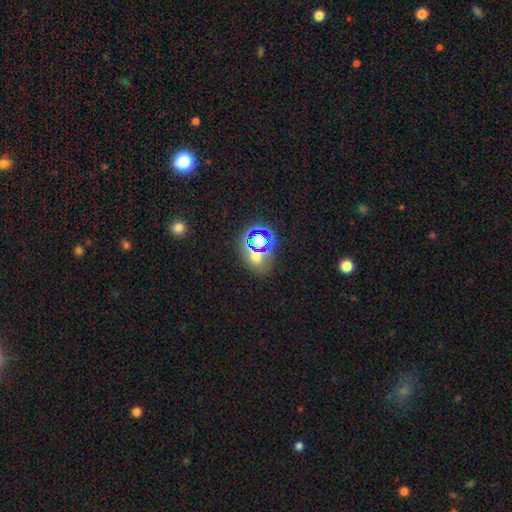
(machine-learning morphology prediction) A star or artifact, not a galaxy (45%).